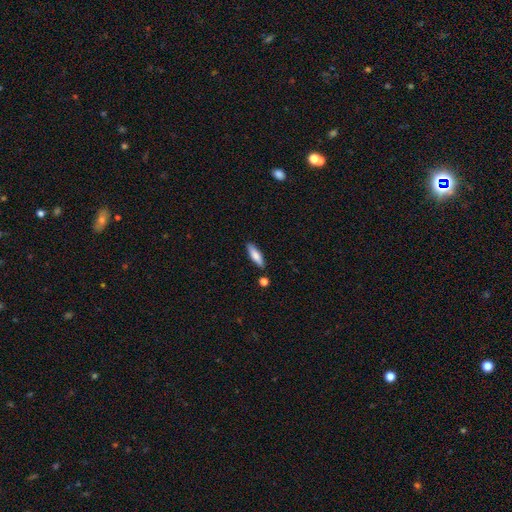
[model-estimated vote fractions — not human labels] The model was most divided on "how rounded": cigar-shaped: 56%, in between: 42%, round: 2%. More confident: merging — none (83%); smooth or featured — smooth (77%).